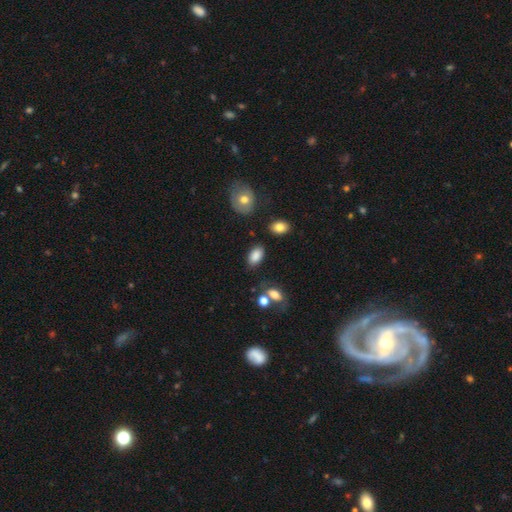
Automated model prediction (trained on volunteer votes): smooth 85%, star or artifact 8%, featured or disk 6%. Down the decision tree: how rounded — in between (92%); merging — none (76%).